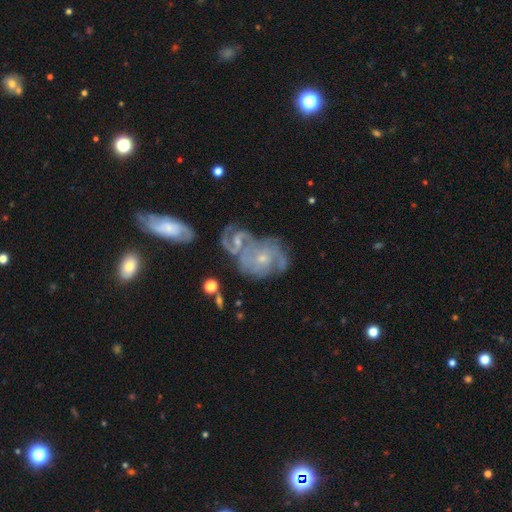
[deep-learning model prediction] This is likely a featured or disk galaxy (73%). It is clearly not viewed edge-on (95%). Bar: likely no (75%). Spiral arm pattern: clearly yes (85%). Spiral arm count: marginally can't tell (44%). Spiral winding: possibly tight (57%). Central bulge: likely small (63%). Merging: possibly none (48%).